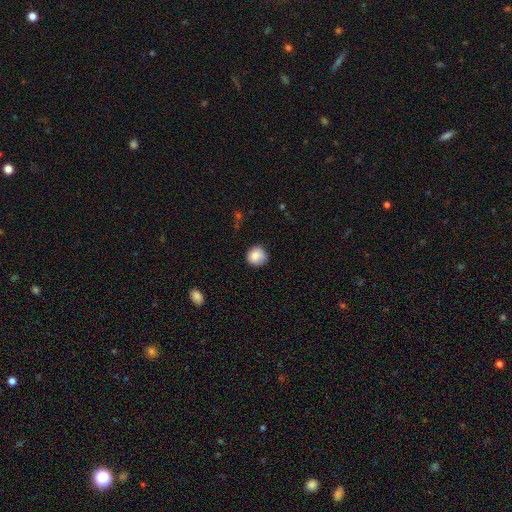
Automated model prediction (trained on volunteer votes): Smooth or featured: smooth — 85% (star or artifact — 8%)
How rounded: round — 90% (in between — 9%)
Merging: none — 75% (minor disturbance — 20%)